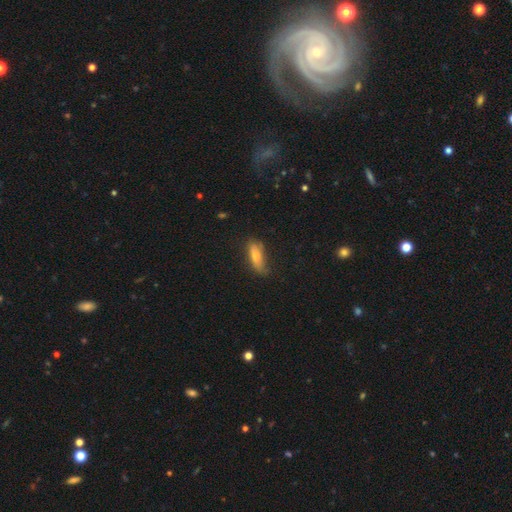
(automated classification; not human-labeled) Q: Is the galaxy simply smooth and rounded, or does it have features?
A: smooth — 69%.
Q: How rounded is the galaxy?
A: in between — 57%.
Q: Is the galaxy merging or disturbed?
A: none — 48%.